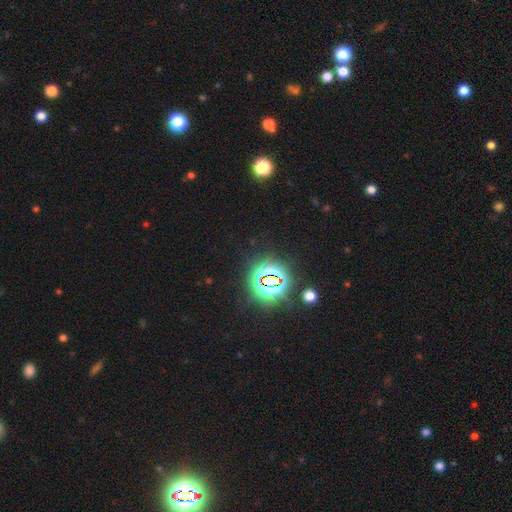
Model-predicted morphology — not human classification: type=star or artifact (77%).